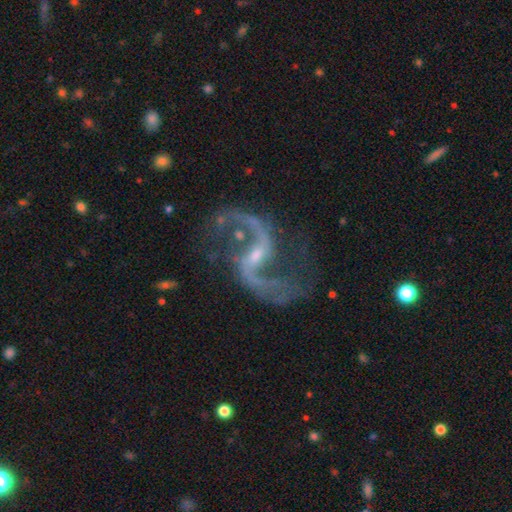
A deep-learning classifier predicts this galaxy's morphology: The model was most divided on "bar": weak: 48%, strong: 28%, no: 25%. More confident: spiral arms — yes (98%); edge-on disk — no (98%); spiral arm count — 2 (94%); smooth or featured — featured or disk (93%); spiral winding — loose (75%); merging — none (70%); bulge size — small (62%).